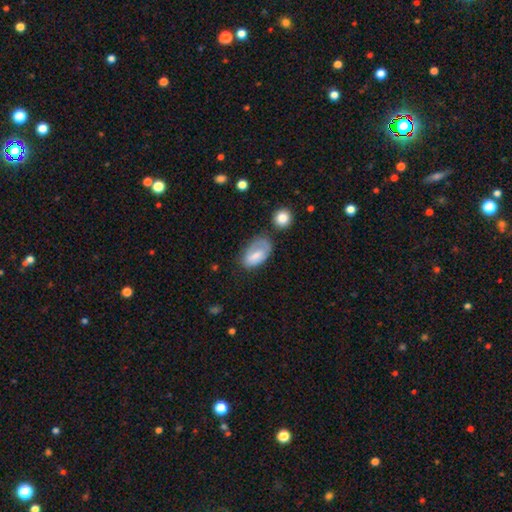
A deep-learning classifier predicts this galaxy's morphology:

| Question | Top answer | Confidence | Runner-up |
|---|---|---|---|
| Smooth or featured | smooth | 65% | featured or disk (28%) |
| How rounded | in between | 91% | round (6%) |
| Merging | none | 47% | minor disturbance (30%) |